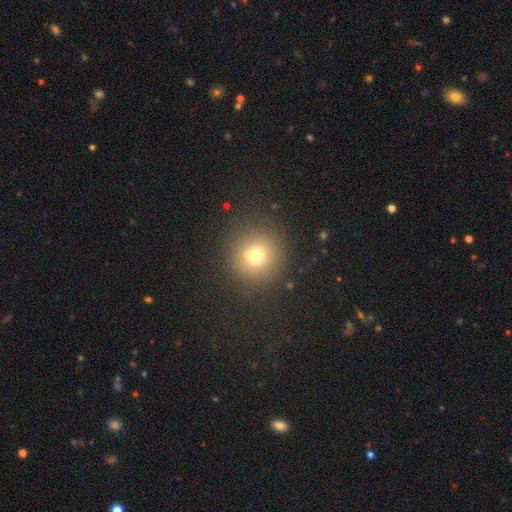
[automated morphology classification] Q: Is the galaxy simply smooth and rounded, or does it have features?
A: smooth — 71%.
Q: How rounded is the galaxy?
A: round — 93%.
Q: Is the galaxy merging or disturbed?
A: none — 83%.